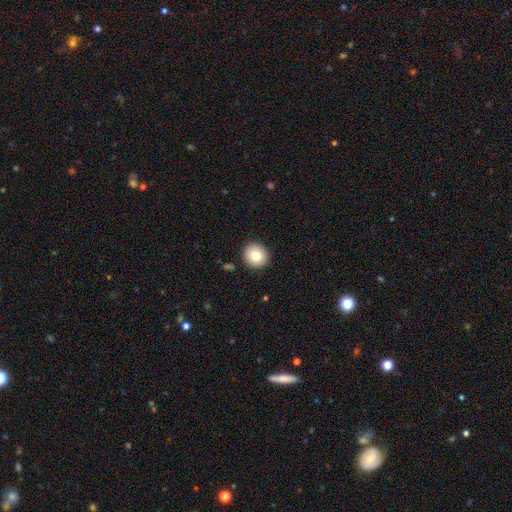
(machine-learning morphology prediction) smooth 79%, featured or disk 12%, star or artifact 9%. Down the decision tree: how rounded — round (90%); merging — none (91%).